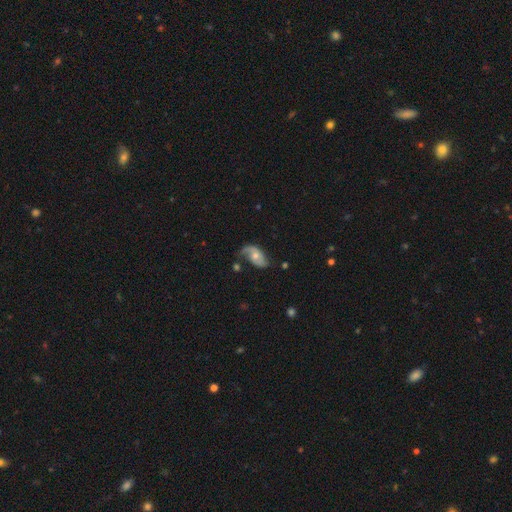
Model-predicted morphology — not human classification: Smooth or featured: featured or disk — 69% (smooth — 24%)
Edge-on disk: no — 95% (yes — 5%)
Bar: no — 70% (weak — 24%)
Spiral arms: yes — 89% (no — 11%)
Spiral winding: loose — 53% (medium — 32%)
Spiral arm count: 2 — 73% (1 — 18%)
Bulge size: moderate — 54% (small — 40%)
Merging: none — 51% (minor disturbance — 28%)